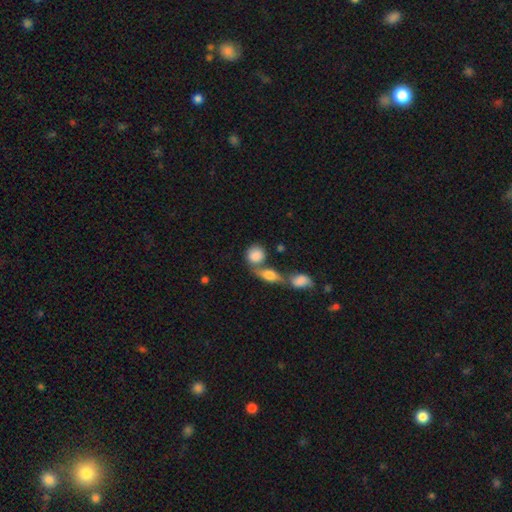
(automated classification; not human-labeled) Smooth or featured? smooth (83%)
How rounded? round (61%)
Merging? none (42%)